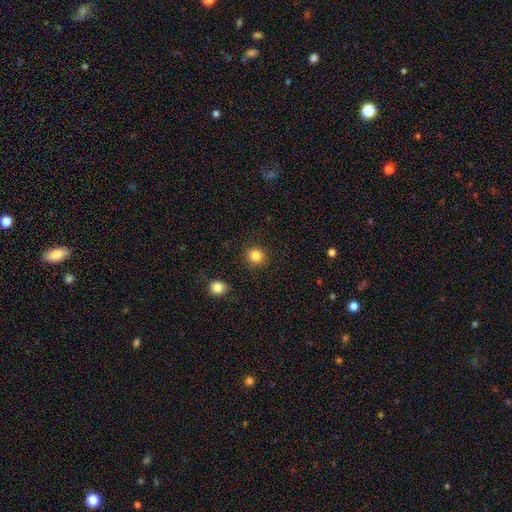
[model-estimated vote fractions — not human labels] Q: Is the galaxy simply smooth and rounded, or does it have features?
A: smooth — 85%.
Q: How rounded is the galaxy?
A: round — 90%.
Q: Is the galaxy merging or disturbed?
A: none — 89%.